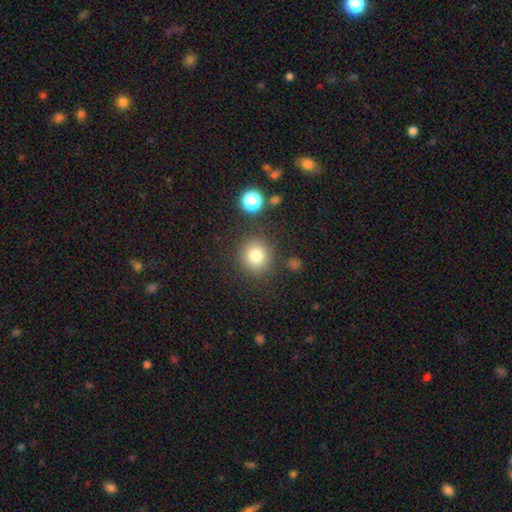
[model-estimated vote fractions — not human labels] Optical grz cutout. It shows a smooth galaxy with no disk features (81%) that is round (89%). Merging: none (84%).